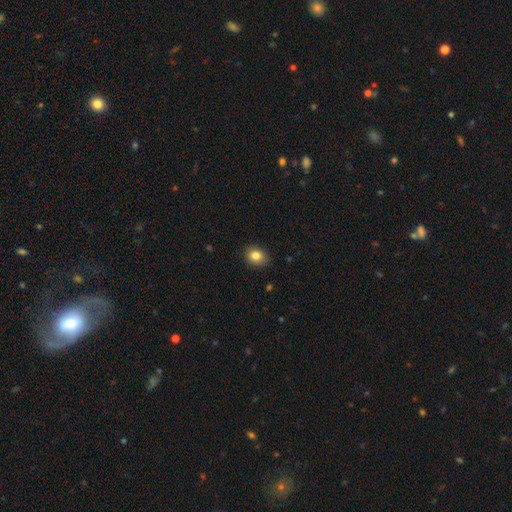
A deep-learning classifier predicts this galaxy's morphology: Smooth or featured? Predicted: smooth (p=0.83). How rounded? Predicted: in between (p=0.51). Merging? Predicted: none (p=0.88).